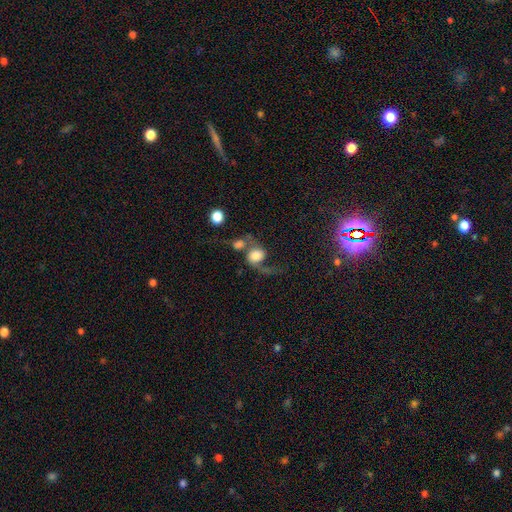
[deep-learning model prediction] smooth 49%, featured or disk 41%, star or artifact 11%. Down the decision tree: merging — merger (44%).